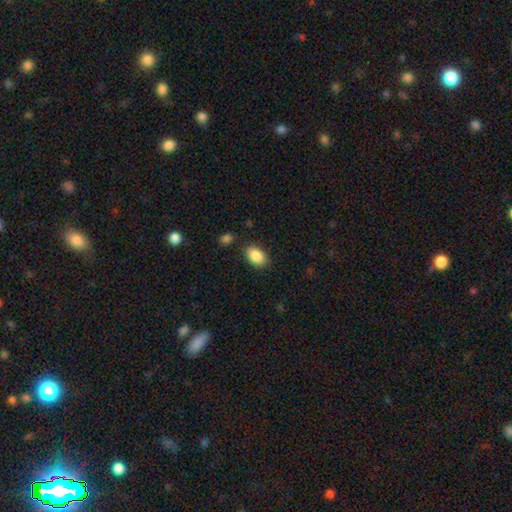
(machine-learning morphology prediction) A smooth galaxy with no disk features (88%) that is in between round and cigar-shaped (89%). Merging: none (84%).